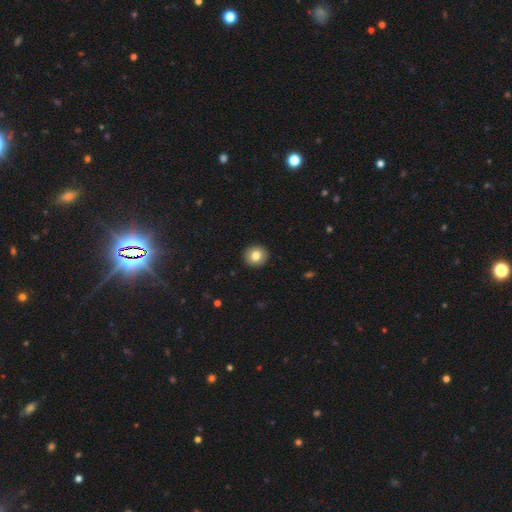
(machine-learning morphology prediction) smooth-or-featured: smooth: 81% | featured or disk: 10% | star or artifact: 9%
  how-rounded: round: 93% | in between: 6% | cigar-shaped: 1%
  merging: none: 93% | minor disturbance: 4% | major disturbance: 1% | merger: 1%